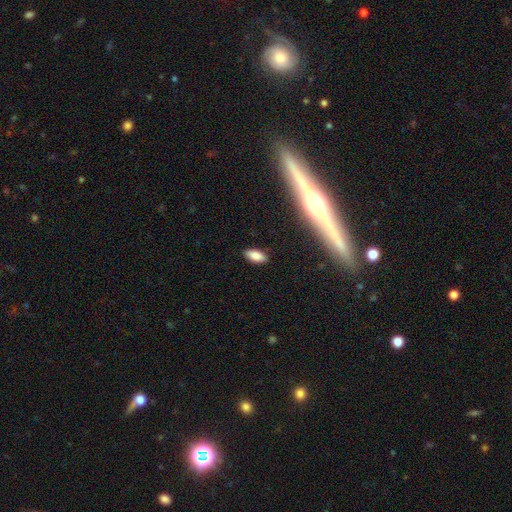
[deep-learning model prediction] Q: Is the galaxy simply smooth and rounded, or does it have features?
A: smooth — 83%.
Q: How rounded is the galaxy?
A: in between — 86%.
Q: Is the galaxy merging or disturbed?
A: none — 87%.